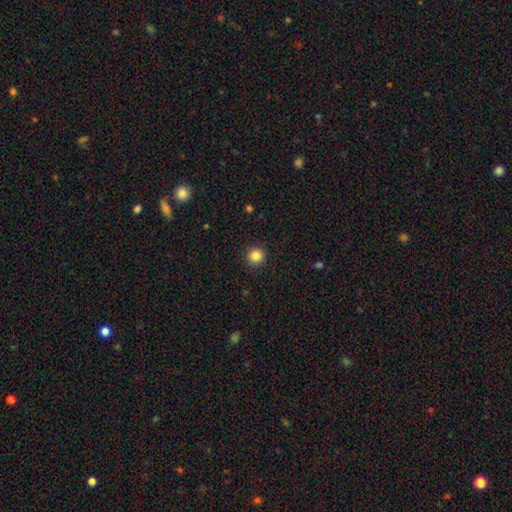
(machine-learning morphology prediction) The model was most divided on "smooth or featured": smooth: 86%, star or artifact: 10%, featured or disk: 4%. More confident: how rounded — round (93%); merging — none (92%).